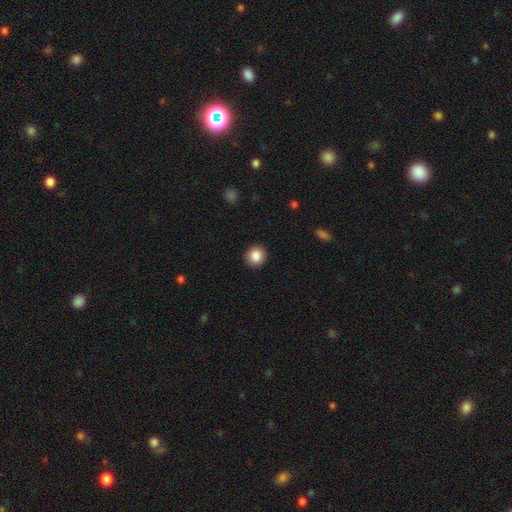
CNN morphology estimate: type=smooth (87%); roundness=round (90%); merging=none (92%).